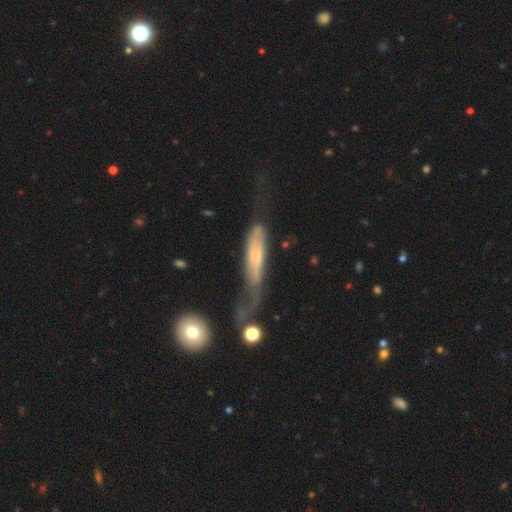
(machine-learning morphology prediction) Smooth or featured?
  - featured or disk: 53% *
  - smooth: 40%
  - star or artifact: 7%
Edge-on disk?
  - no: 58% *
  - yes: 42%
Merging?
  - major disturbance: 45% *
  - none: 23%
  - minor disturbance: 21%
  - merger: 10%